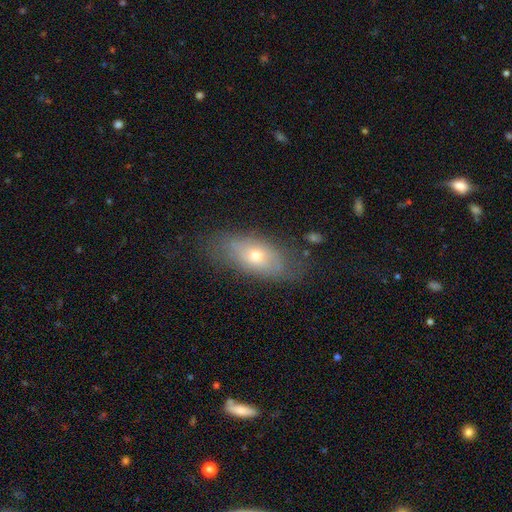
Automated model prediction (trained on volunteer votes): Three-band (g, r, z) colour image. It shows a smooth galaxy with no disk features (56%) that is in between round and cigar-shaped (81%). Merging: none (69%).